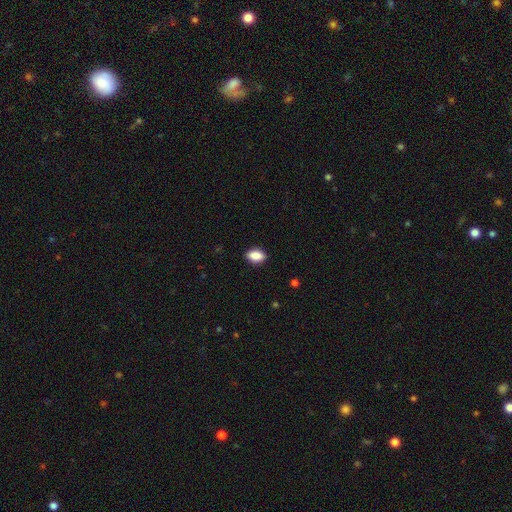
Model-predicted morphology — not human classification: smooth 86%, star or artifact 7%, featured or disk 6%. Down the decision tree: how rounded — in between (88%); merging — none (88%).